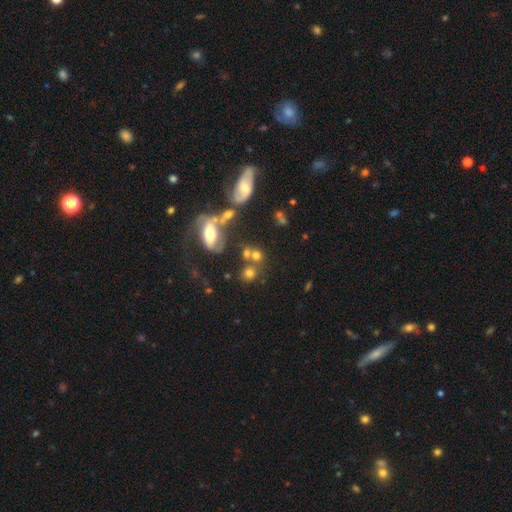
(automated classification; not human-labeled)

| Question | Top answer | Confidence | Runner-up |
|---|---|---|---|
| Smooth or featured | smooth | 64% | featured or disk (18%) |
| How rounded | round | 66% | in between (31%) |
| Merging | merger | 43% | none (37%) |